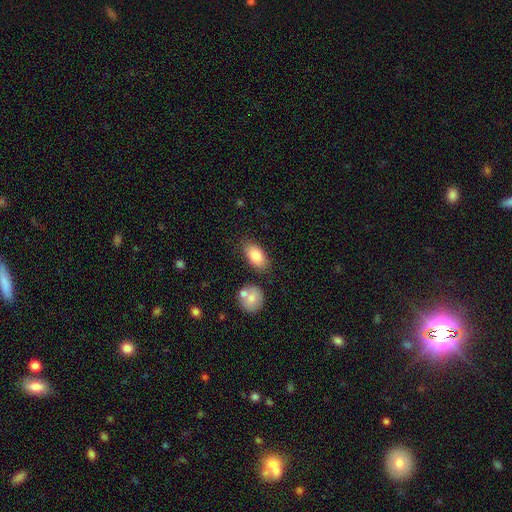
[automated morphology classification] This appears to be a smooth galaxy with no disk features (81%) that is in between round and cigar-shaped (91%). Merging: none (77%).